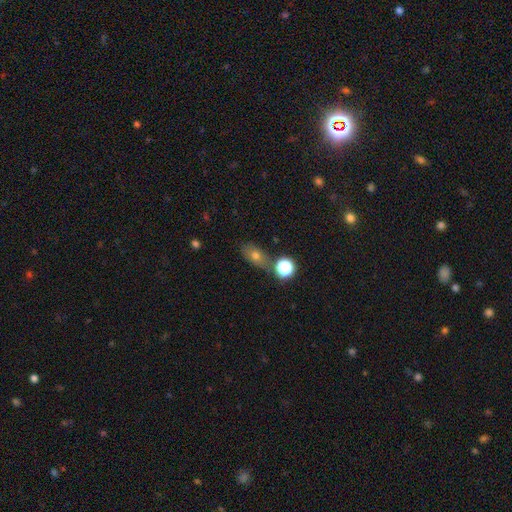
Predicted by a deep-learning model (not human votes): This appears to be a smooth galaxy with no disk features (66%) that is in between round and cigar-shaped (74%). Merging: none (70%).